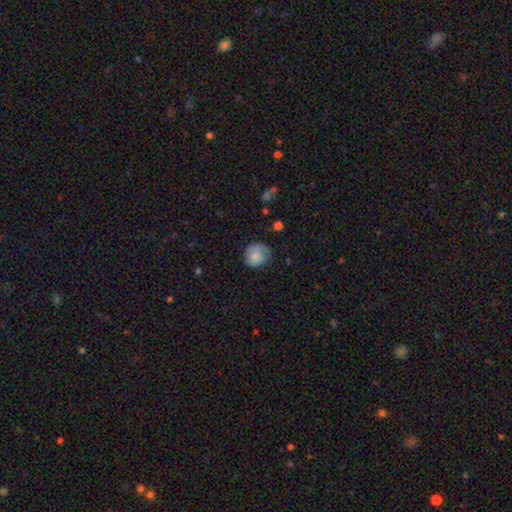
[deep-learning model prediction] Smooth or featured? Predicted: smooth (p=0.81). How rounded? Predicted: round (p=0.83). Merging? Predicted: none (p=0.64).